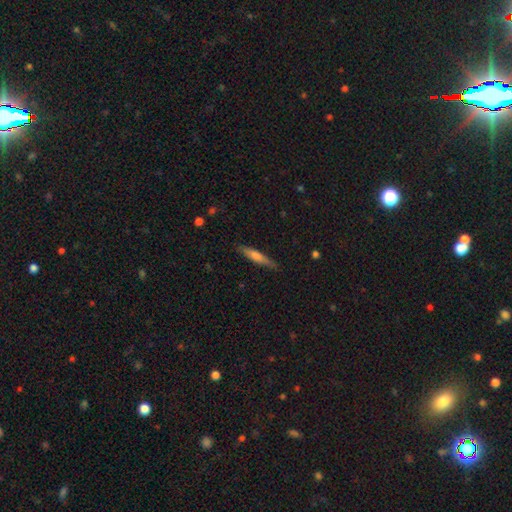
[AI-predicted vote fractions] This is possibly a smooth galaxy (48%). Merging: clearly none (87%).